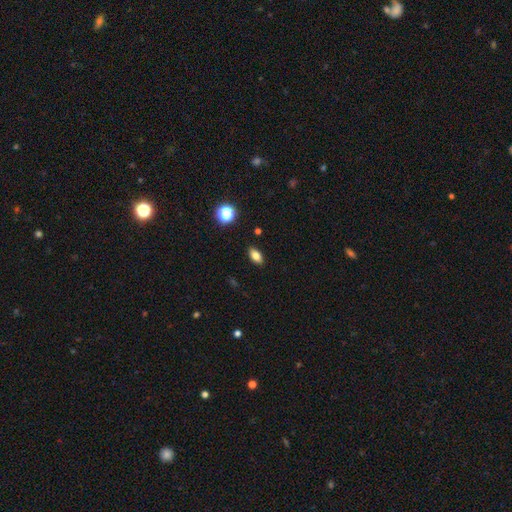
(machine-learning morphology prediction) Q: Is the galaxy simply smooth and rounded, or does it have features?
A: smooth — 79%.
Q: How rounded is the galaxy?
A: in between — 86%.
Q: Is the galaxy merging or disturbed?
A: none — 89%.